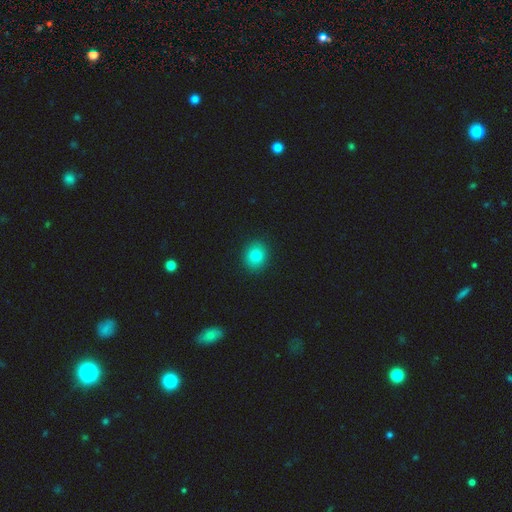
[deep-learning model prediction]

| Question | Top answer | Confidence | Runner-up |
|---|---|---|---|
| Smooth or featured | smooth | 81% | star or artifact (11%) |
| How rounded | round | 69% | in between (30%) |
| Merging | none | 91% | minor disturbance (6%) |